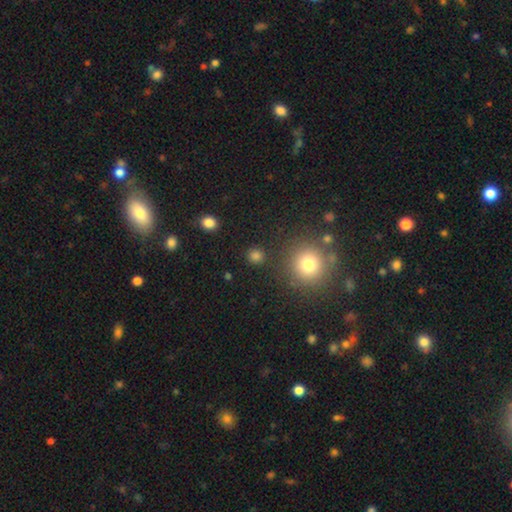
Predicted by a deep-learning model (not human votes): This is likely a smooth galaxy (79%). How rounded: clearly round (90%). Merging: clearly none (88%).